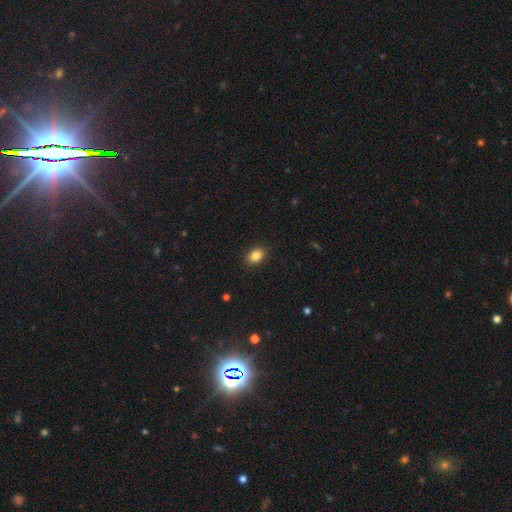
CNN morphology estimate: smooth-or-featured: smooth: 86% | star or artifact: 9% | featured or disk: 5%
  how-rounded: in between: 75% | round: 24% | cigar-shaped: 1%
  merging: none: 89% | minor disturbance: 8% | major disturbance: 2% | merger: 1%